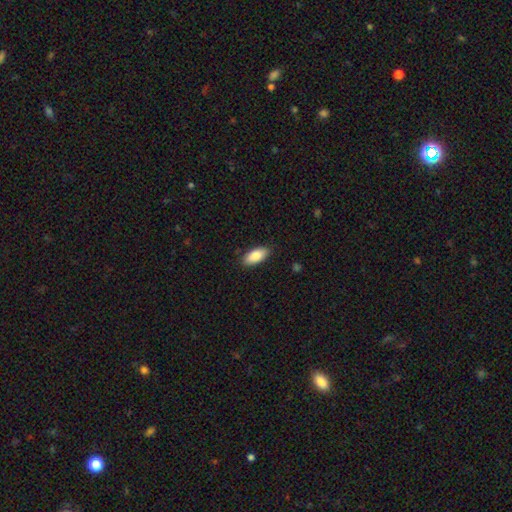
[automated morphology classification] Smooth or featured?
  - smooth: 87% *
  - featured or disk: 6%
  - star or artifact: 6%
How rounded?
  - in between: 89% *
  - cigar-shaped: 9%
  - round: 2%
Merging?
  - none: 86% *
  - minor disturbance: 11%
  - major disturbance: 2%
  - merger: 1%